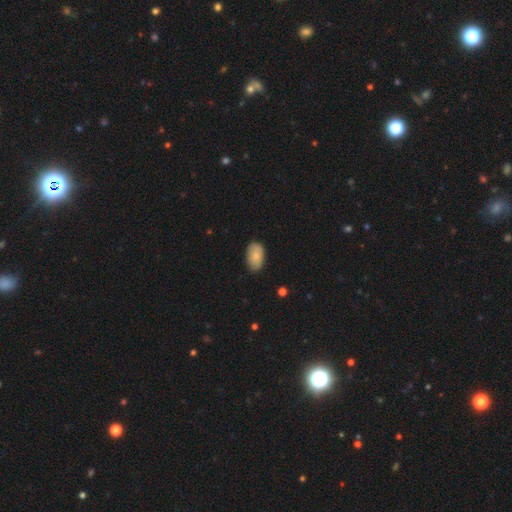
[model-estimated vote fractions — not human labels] This is clearly a smooth galaxy (86%). How rounded: clearly in between (93%). Merging: clearly none (83%).